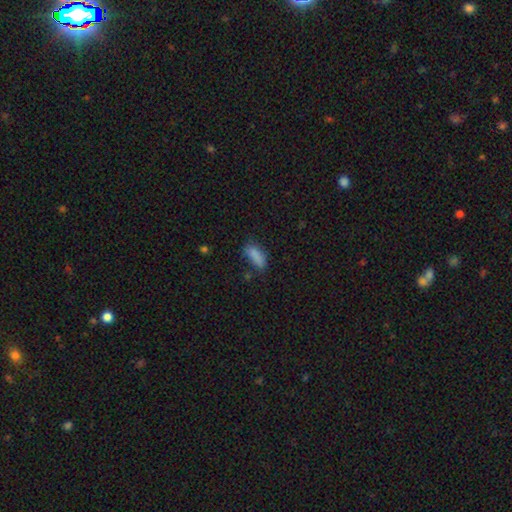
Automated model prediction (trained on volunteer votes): Smooth or featured: smooth — 83% (star or artifact — 10%)
How rounded: in between — 79% (cigar-shaped — 18%)
Merging: none — 58% (minor disturbance — 28%)